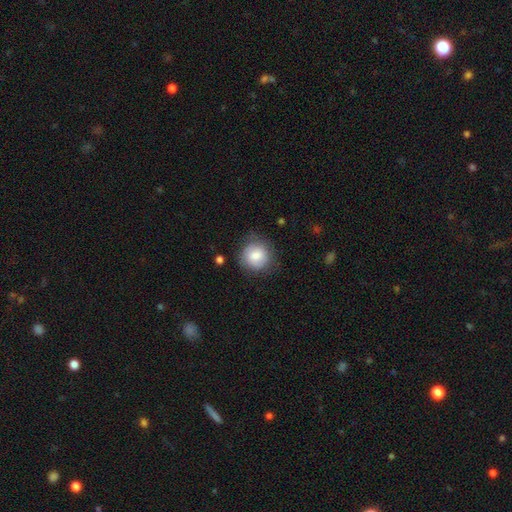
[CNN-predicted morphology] A smooth galaxy with no disk features (81%) that is round (87%).

Vote fractions:
- Smooth or featured? smooth: 81% / featured or disk: 11% / star or artifact: 8%
- How rounded? round: 87% / in between: 12% / cigar-shaped: 1%
- Merging? none: 73% / minor disturbance: 20% / major disturbance: 5% / merger: 2%